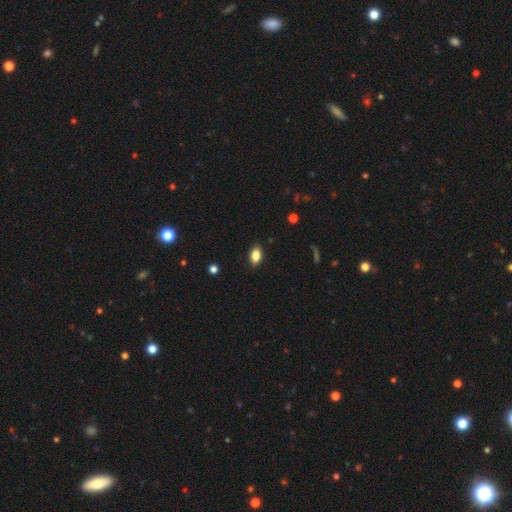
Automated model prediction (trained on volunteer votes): smooth-or-featured: smooth: 85% | star or artifact: 9% | featured or disk: 6%
  how-rounded: in between: 90% | round: 8% | cigar-shaped: 3%
  merging: none: 88% | minor disturbance: 9% | major disturbance: 2% | merger: 1%